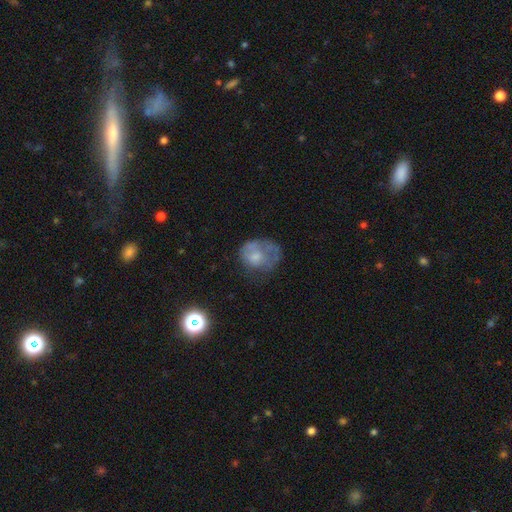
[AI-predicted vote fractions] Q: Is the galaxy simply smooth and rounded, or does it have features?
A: smooth — 52%.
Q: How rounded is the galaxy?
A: round — 56%.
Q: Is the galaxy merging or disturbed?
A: none — 36%.